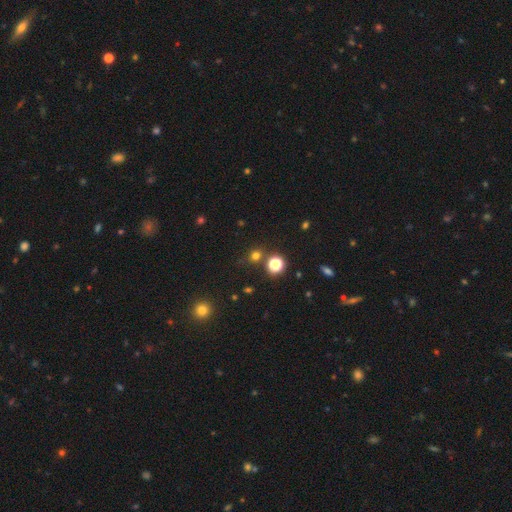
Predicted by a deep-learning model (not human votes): Smooth or featured?
  - smooth: 67% *
  - star or artifact: 28%
  - featured or disk: 6%
How rounded?
  - round: 83% *
  - in between: 15%
  - cigar-shaped: 1%
Merging?
  - none: 80% *
  - minor disturbance: 9%
  - merger: 8%
  - major disturbance: 3%